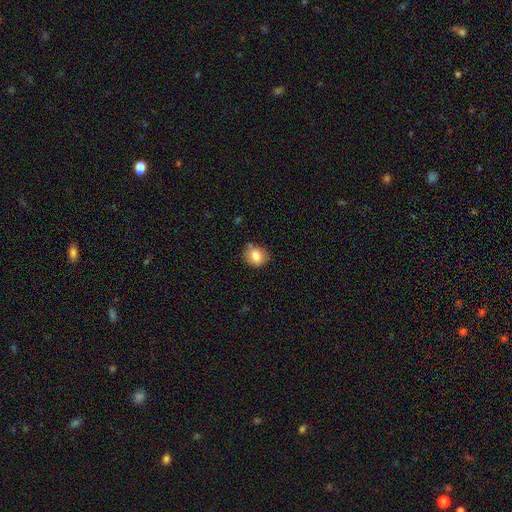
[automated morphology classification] This appears to be a smooth galaxy with no disk features (81%) that is round (65%). Merging: none (74%).